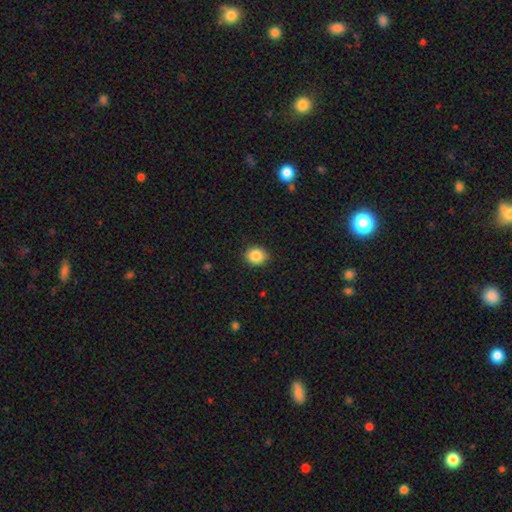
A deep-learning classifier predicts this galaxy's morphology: A smooth galaxy with no disk features (86%) that is round (78%). Merging: none (89%).